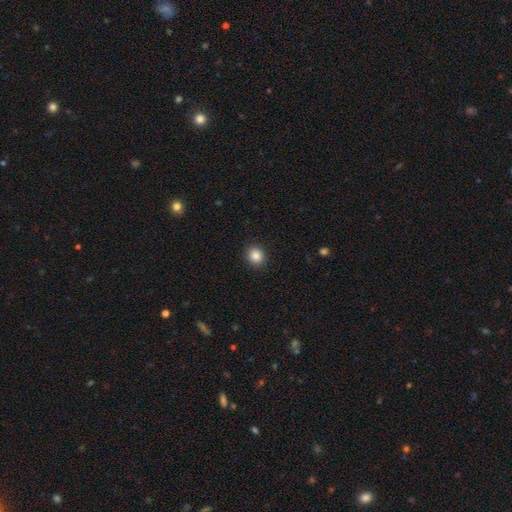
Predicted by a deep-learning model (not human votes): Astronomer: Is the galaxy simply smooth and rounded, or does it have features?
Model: smooth — 86%.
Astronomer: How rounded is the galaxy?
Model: round — 82%.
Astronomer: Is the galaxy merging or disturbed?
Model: none — 91%.